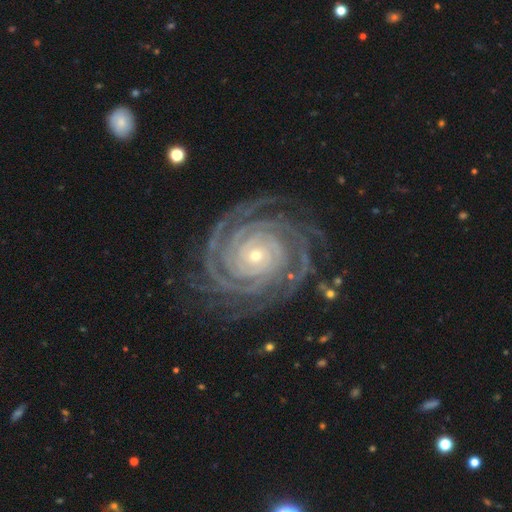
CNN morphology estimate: Q: Smooth or featured?
A: featured or disk (93%); runner-up: star or artifact (5%)
Q: Edge-on disk?
A: no (98%); runner-up: yes (2%)
Q: Bar?
A: no (74%); runner-up: weak (14%)
Q: Spiral arms?
A: yes (99%); runner-up: no (1%)
Q: Spiral winding?
A: tight (90%); runner-up: medium (9%)
Q: Spiral arm count?
A: 4 (24%); runner-up: more than 4 (20%)
Q: Bulge size?
A: small (75%); runner-up: moderate (22%)
Q: Merging?
A: none (81%); runner-up: minor disturbance (13%)